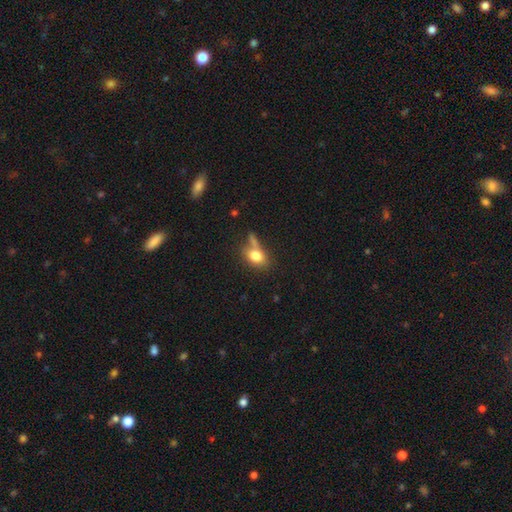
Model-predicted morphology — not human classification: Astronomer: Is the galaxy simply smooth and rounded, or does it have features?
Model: smooth — 77%.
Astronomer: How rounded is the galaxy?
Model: in between — 70%.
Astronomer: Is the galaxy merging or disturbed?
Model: none — 47% (runner-up: merger, 23%).